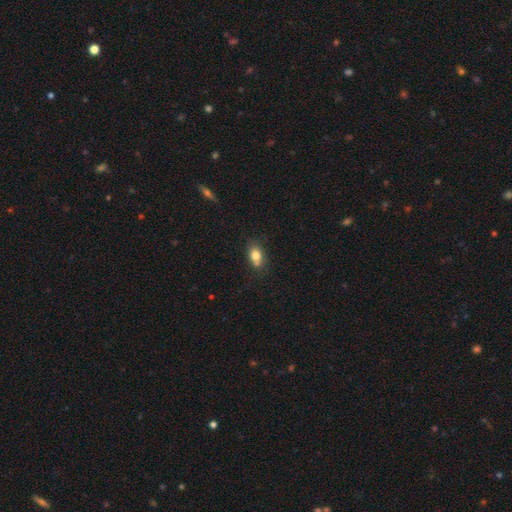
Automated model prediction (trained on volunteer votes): Morphology: type=smooth (79%); roundness=in between (82%); merging=none (66%).